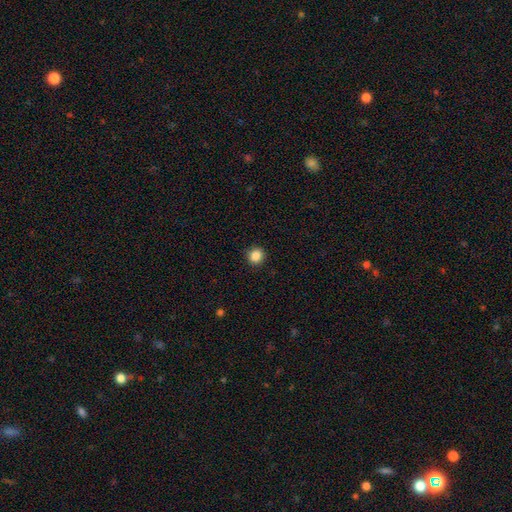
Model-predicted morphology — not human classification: This is clearly a smooth galaxy (87%). How rounded: clearly round (91%). Merging: clearly none (91%).